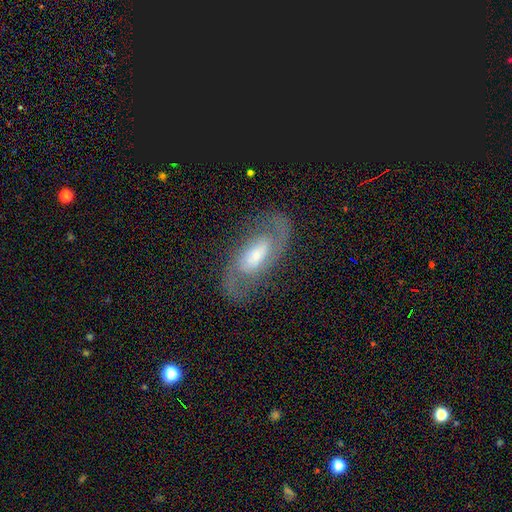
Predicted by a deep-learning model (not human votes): The model was most divided on "bulge size": moderate: 39%, small: 38%, large: 16%, none: 5%, dominant: 2%. Remaining: edge-on disk — no (95%); spiral arms — yes (95%); spiral arm count — 2 (91%); smooth or featured — featured or disk (84%); merging — none (78%); spiral winding — medium (53%); bar — weak (43%).